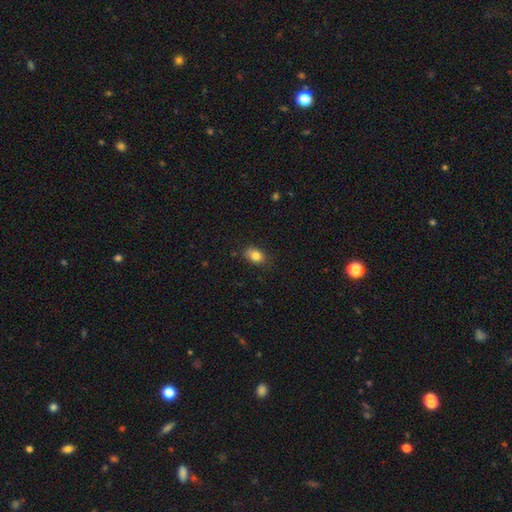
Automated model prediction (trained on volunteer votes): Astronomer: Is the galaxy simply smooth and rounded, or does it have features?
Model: smooth — 82%.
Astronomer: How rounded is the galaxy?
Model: in between — 79%.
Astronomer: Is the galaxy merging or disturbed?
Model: none — 80%.